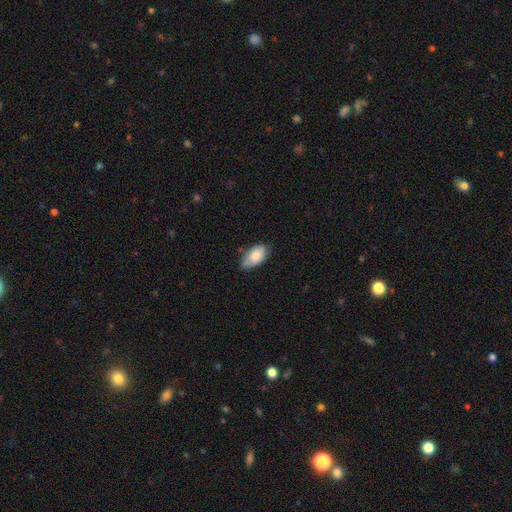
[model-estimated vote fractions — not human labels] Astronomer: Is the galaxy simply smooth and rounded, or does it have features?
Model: smooth — 80%.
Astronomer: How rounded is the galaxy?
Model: in between — 94%.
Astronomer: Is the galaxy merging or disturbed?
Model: none — 60%.